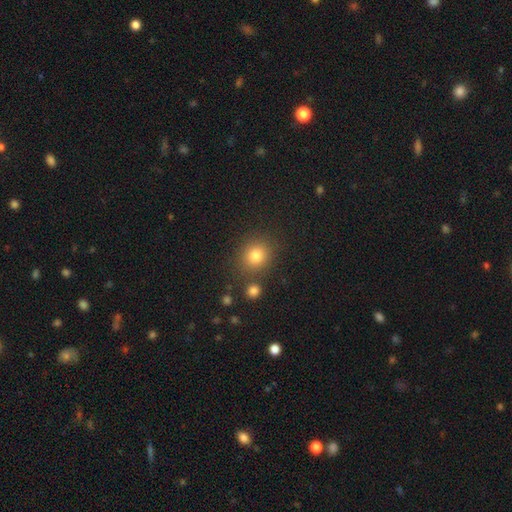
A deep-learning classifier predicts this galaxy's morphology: This is likely a smooth galaxy (79%). How rounded: likely round (79%). Merging: clearly none (80%).